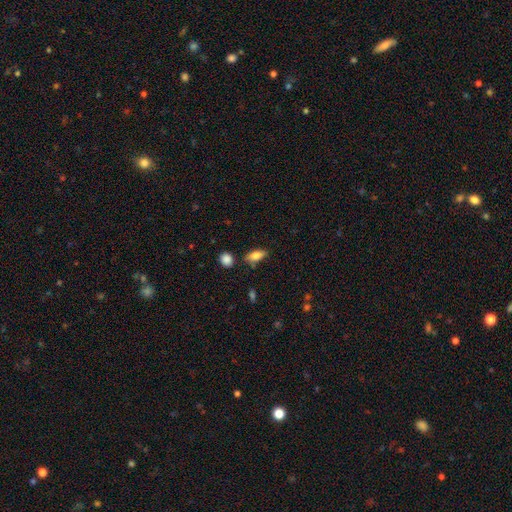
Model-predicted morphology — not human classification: Smooth or featured? smooth (80%)
How rounded? in between (84%)
Merging? none (73%)